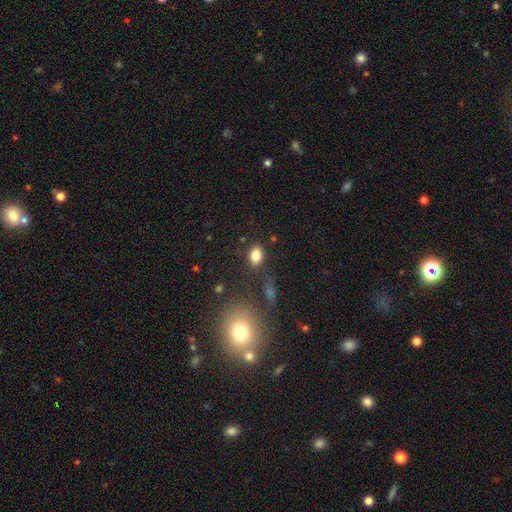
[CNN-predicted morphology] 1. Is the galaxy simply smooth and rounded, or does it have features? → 83% smooth, 10% star or artifact, 7% featured or disk.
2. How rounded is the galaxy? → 79% in between, 20% round, 2% cigar-shaped.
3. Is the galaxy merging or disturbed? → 80% none, 13% minor disturbance, 4% merger, 4% major disturbance.